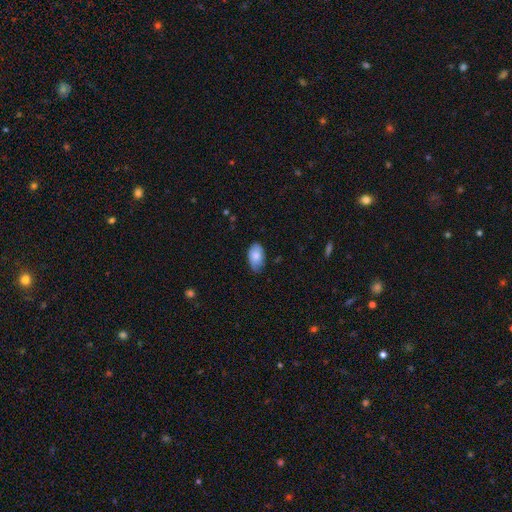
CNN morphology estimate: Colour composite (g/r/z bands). It shows a smooth galaxy with no disk features (77%) that is in between round and cigar-shaped (93%). Merging: none (67%).